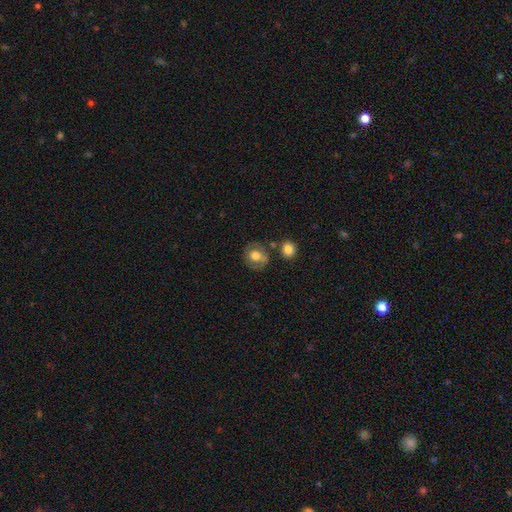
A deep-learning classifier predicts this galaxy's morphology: smooth_or_featured: smooth (p=0.65) [alt: featured or disk p=0.27]
how_rounded: round (p=0.80) [alt: in between p=0.19]
merging: none (p=0.71) [alt: minor disturbance p=0.16]